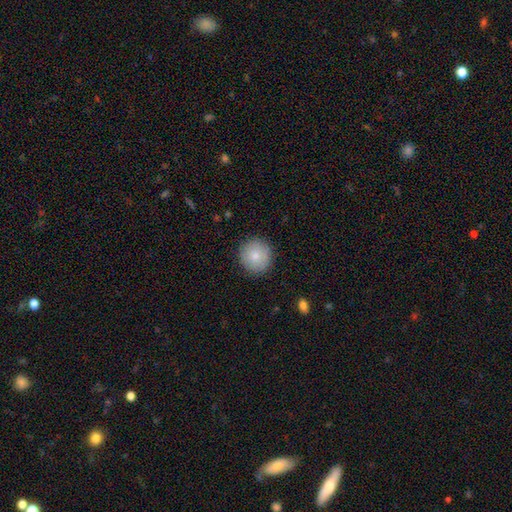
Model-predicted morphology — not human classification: Smooth or featured? Predicted: smooth (p=0.81). How rounded? Predicted: round (p=0.94). Merging? Predicted: none (p=0.90).